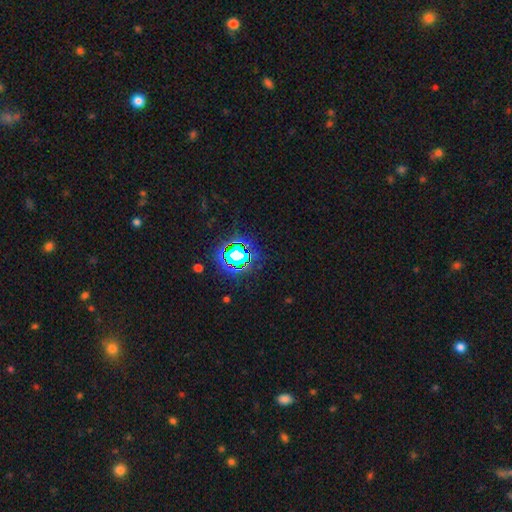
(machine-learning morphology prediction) star or artifact 78%, smooth 14%, featured or disk 8%.